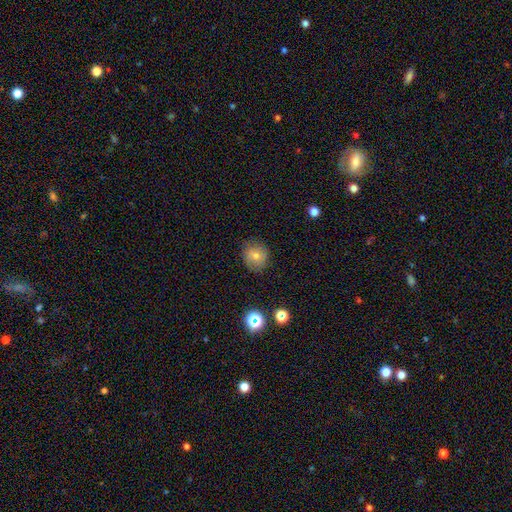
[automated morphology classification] The model was most divided on "smooth or featured": smooth: 66%, featured or disk: 19%, star or artifact: 15%. More confident: how rounded — round (87%); merging — none (84%).